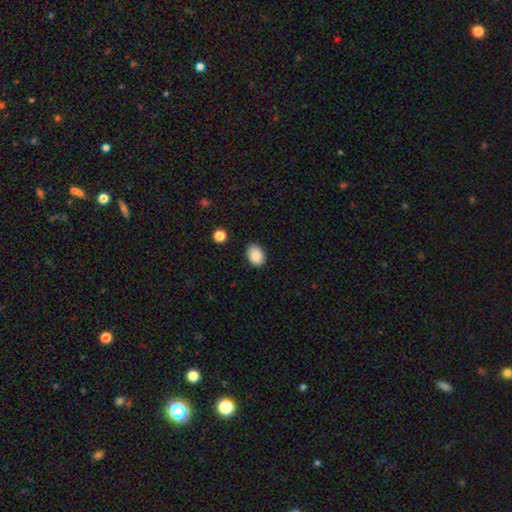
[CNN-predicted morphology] smooth 88%, star or artifact 8%, featured or disk 4%. Down the decision tree: how rounded — in between (69%); merging — none (86%).